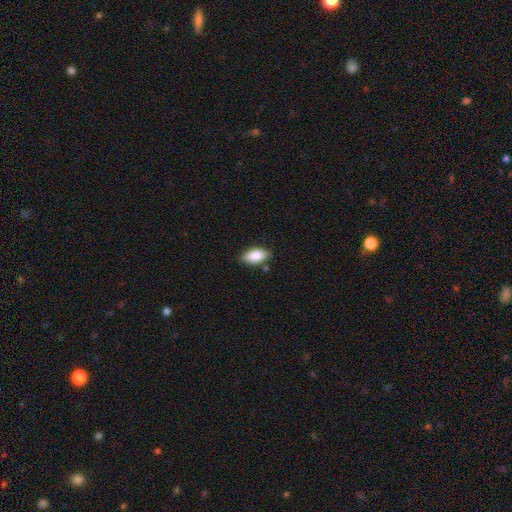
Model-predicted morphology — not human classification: Smooth or featured?
  - smooth: 87% *
  - star or artifact: 7%
  - featured or disk: 6%
How rounded?
  - in between: 92% *
  - cigar-shaped: 5%
  - round: 3%
Merging?
  - none: 80% *
  - minor disturbance: 14%
  - merger: 3%
  - major disturbance: 3%